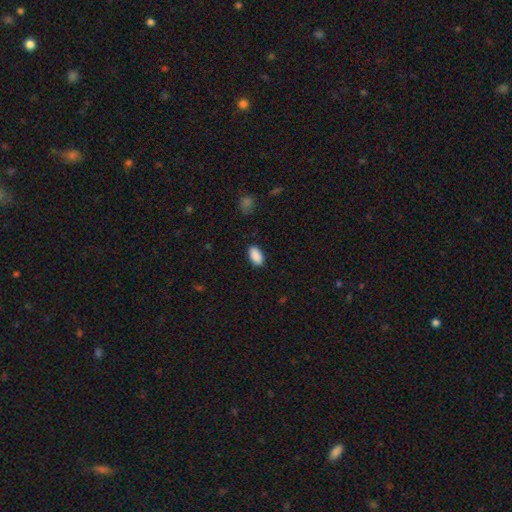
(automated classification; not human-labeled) smooth 90%, star or artifact 7%, featured or disk 3%. Down the decision tree: how rounded — in between (94%); merging — none (87%).